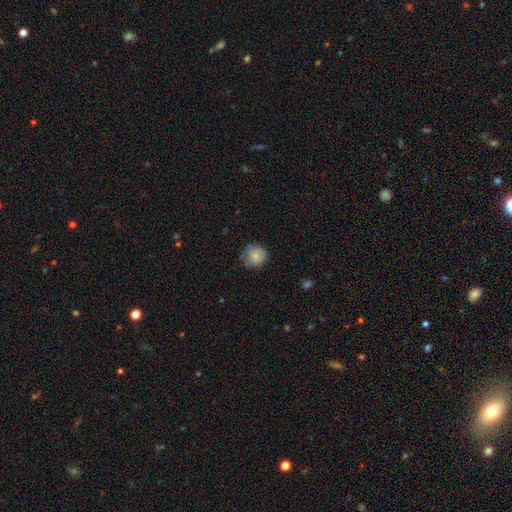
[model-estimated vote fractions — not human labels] Q: Smooth or featured?
A: smooth (82%); runner-up: featured or disk (10%)
Q: How rounded?
A: round (91%); runner-up: in between (8%)
Q: Merging?
A: none (73%); runner-up: minor disturbance (21%)